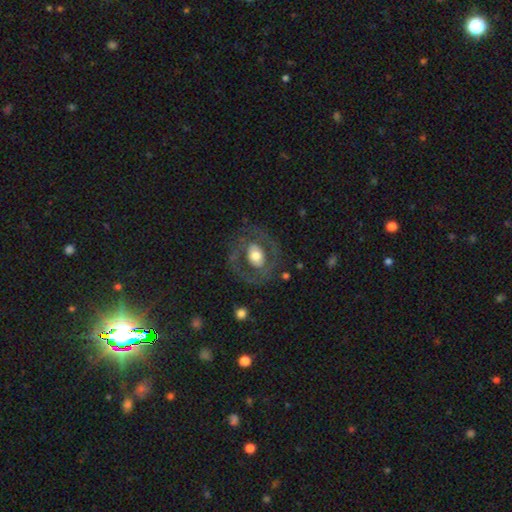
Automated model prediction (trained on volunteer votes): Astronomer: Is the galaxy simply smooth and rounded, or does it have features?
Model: featured or disk — 58% (runner-up: smooth, 36%).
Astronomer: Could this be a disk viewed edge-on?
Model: no — 95%.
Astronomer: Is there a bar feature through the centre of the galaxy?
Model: no — 65%.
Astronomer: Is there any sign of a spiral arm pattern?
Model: no — 68%.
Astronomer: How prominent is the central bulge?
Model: moderate — 54% (runner-up: large, 34%).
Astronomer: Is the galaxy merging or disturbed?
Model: none — 71%.